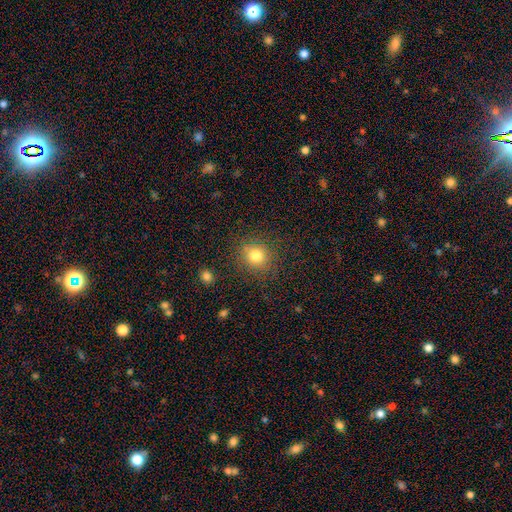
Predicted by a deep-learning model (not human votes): This is likely a smooth galaxy (80%). How rounded: clearly round (87%). Merging: clearly none (84%).